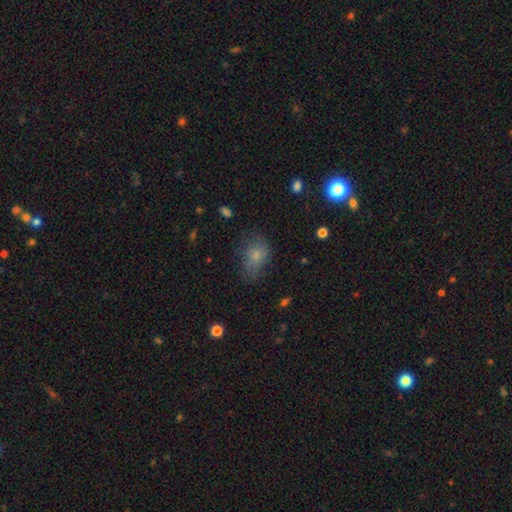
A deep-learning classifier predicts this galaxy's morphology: smooth_or_featured: smooth (p=0.74) [alt: featured or disk p=0.15]
how_rounded: in between (p=0.72) [alt: round p=0.26]
merging: none (p=0.60) [alt: minor disturbance p=0.26]